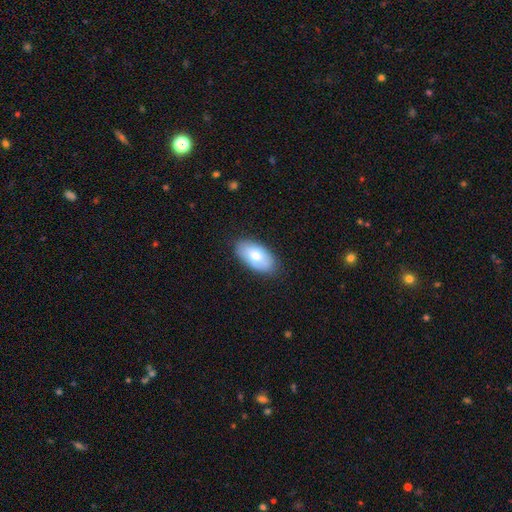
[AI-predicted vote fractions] Q: Smooth or featured?
A: smooth (71%); runner-up: featured or disk (23%)
Q: How rounded?
A: in between (95%); runner-up: round (3%)
Q: Merging?
A: none (83%); runner-up: minor disturbance (14%)